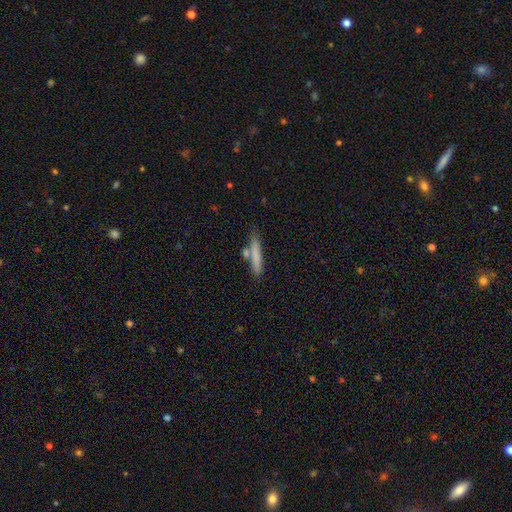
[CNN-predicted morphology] This is likely a smooth galaxy (75%). How rounded: clearly cigar-shaped (90%). Merging: likely none (72%).